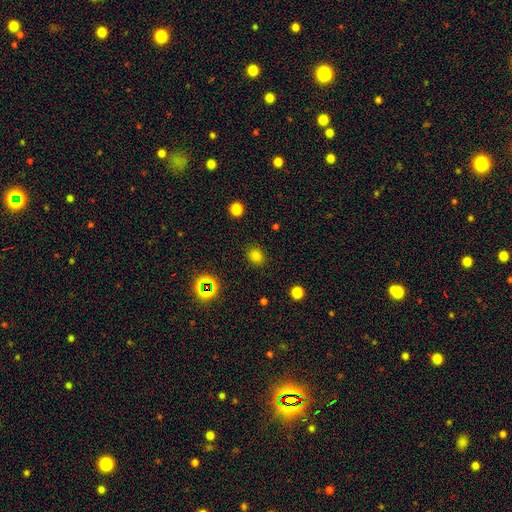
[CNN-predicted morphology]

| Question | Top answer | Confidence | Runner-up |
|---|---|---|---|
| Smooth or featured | smooth | 77% | star or artifact (19%) |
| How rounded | round | 61% | in between (38%) |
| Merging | none | 87% | minor disturbance (9%) |